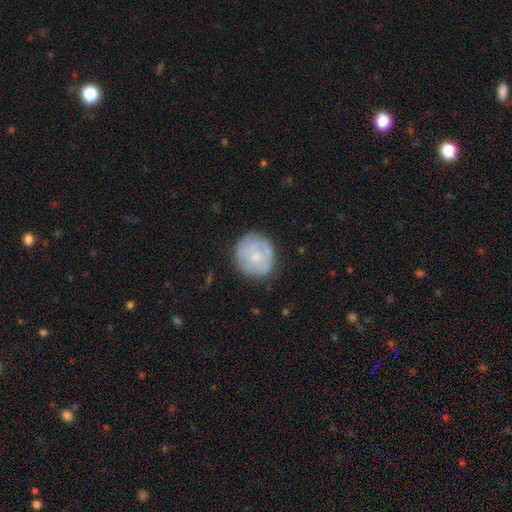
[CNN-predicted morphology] The model was most divided on "smooth or featured": smooth: 47%, featured or disk: 46%, star or artifact: 7%. More confident: merging — none (76%).